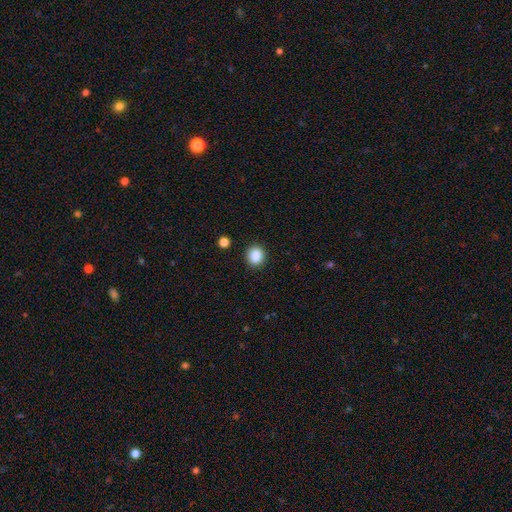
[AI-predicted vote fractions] Smooth or featured: smooth — 87% (star or artifact — 10%)
How rounded: round — 77% (in between — 22%)
Merging: none — 89% (minor disturbance — 7%)